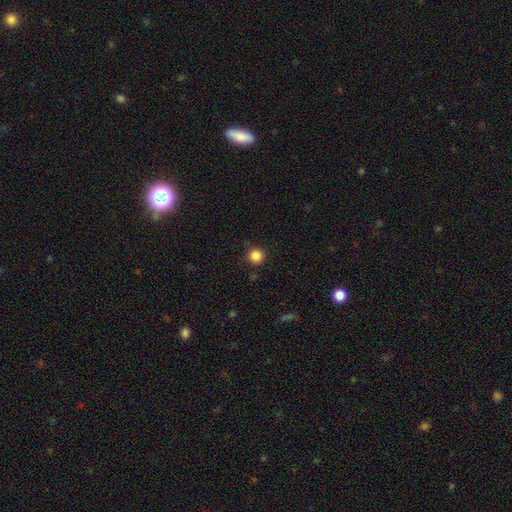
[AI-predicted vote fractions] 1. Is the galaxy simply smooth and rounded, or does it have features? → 85% smooth, 11% star or artifact, 3% featured or disk.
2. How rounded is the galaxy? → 94% round, 5% in between, 1% cigar-shaped.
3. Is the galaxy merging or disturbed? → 88% none, 8% minor disturbance, 2% major disturbance, 1% merger.